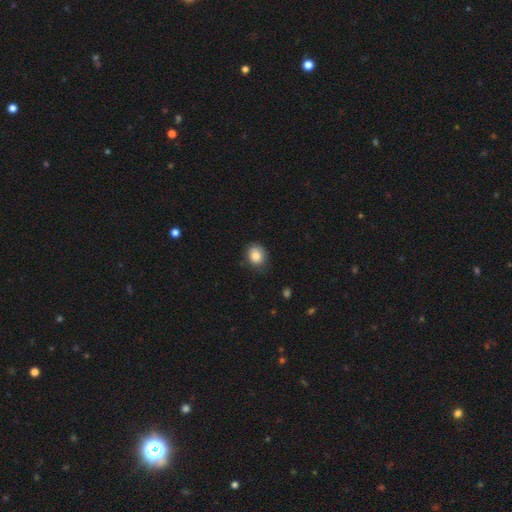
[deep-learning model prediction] Smooth or featured? Predicted: smooth (p=0.85). How rounded? Predicted: round (p=0.64). Merging? Predicted: none (p=0.73).